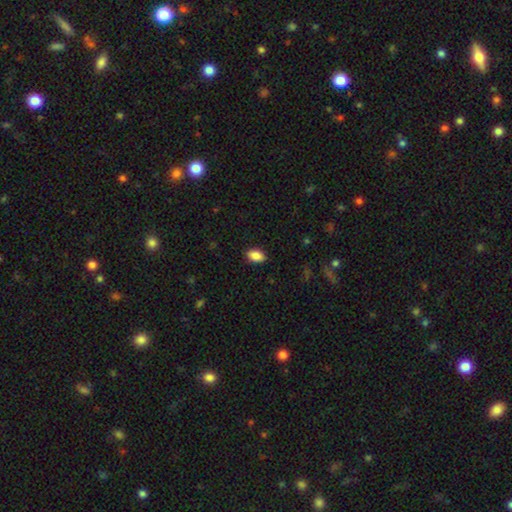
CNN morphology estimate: Overall: smooth (88%). How rounded: in between (91%). Merging: none (88%).